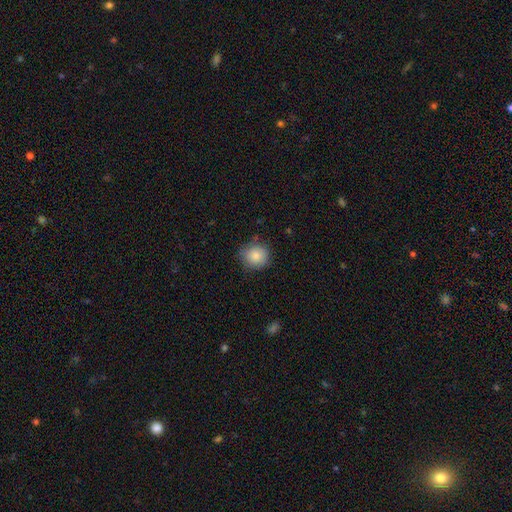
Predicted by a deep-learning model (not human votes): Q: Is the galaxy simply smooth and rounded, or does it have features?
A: smooth — 86%.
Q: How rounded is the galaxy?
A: round — 88%.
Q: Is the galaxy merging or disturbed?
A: none — 82%.